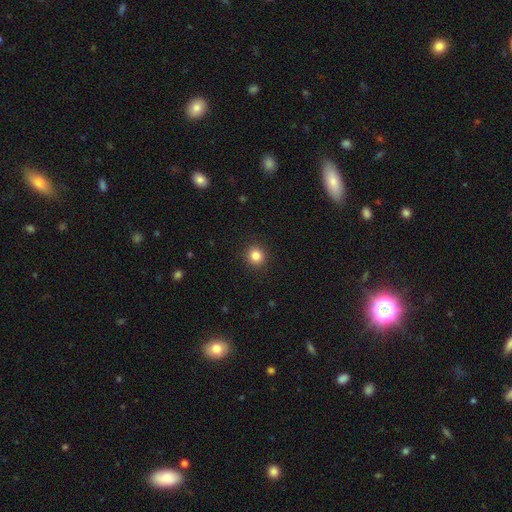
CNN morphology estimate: This is clearly a smooth galaxy (84%). How rounded: clearly round (92%). Merging: clearly none (92%).